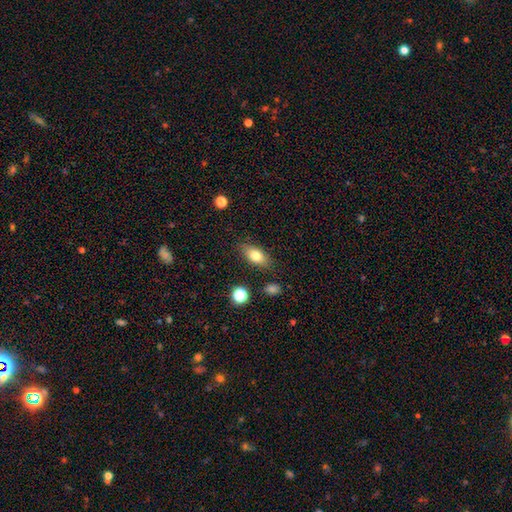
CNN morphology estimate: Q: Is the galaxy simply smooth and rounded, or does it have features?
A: smooth — 76%.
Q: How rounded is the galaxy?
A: in between — 85%.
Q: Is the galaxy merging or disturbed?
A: none — 81%.